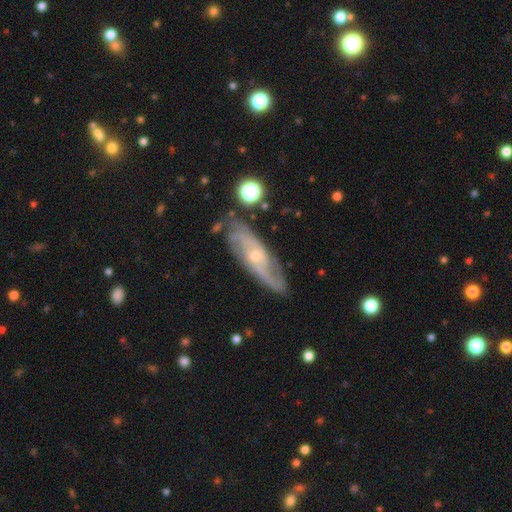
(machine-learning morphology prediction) Smooth or featured? Predicted: featured or disk (p=0.83). Edge-on disk? Predicted: no (p=0.84). Bar? Predicted: no (p=0.54). Spiral arms? Predicted: yes (p=0.95). Spiral winding? Predicted: medium (p=0.46). Spiral arm count? Predicted: 2 (p=0.56). Bulge size? Predicted: small (p=0.70). Merging? Predicted: none (p=0.76).